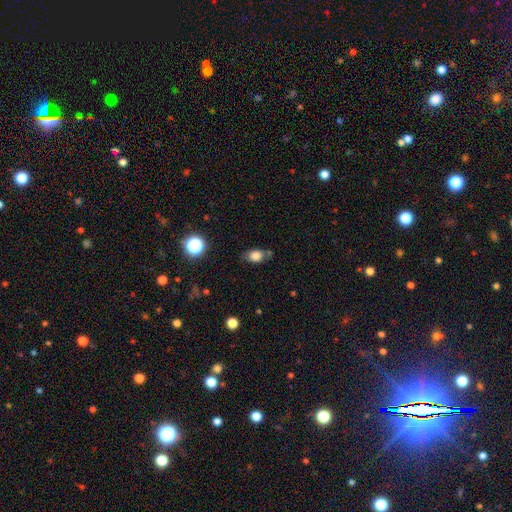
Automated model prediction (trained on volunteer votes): A smooth galaxy with no disk features (79%) that is in between round and cigar-shaped (65%). Merging: none (64%).